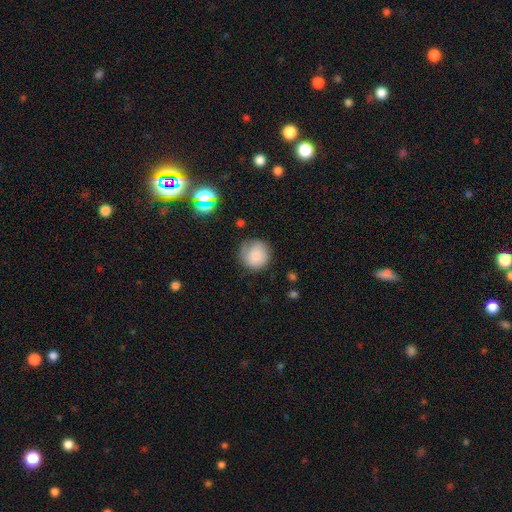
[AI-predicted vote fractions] Smooth or featured? Predicted: smooth (p=0.84). How rounded? Predicted: round (p=0.91). Merging? Predicted: none (p=0.72).